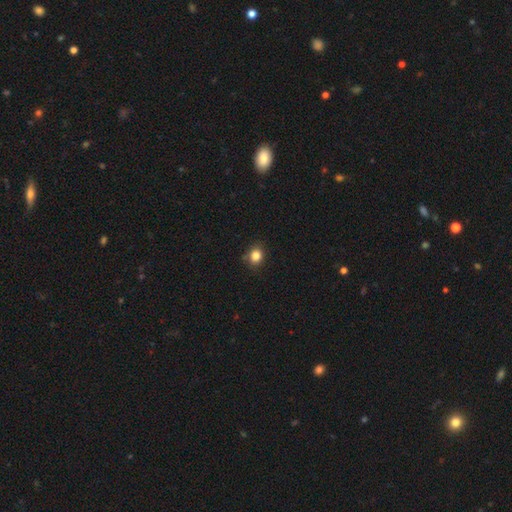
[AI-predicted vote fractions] Overall: smooth (84%). How rounded: round (69%; in between 30%). Merging: none (83%).